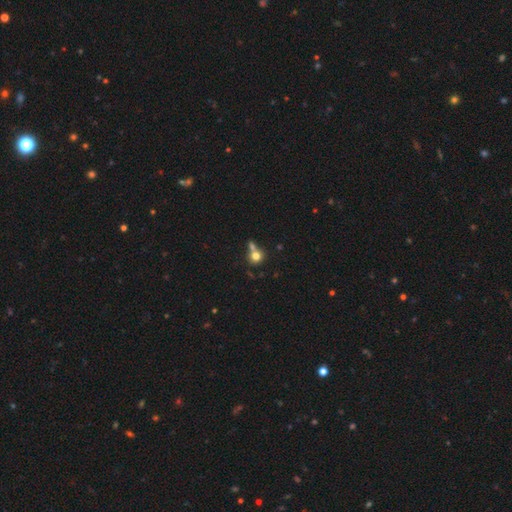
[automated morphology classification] This appears to be a smooth galaxy with no disk features (77%) that is round (86%). Merging: none (48%).